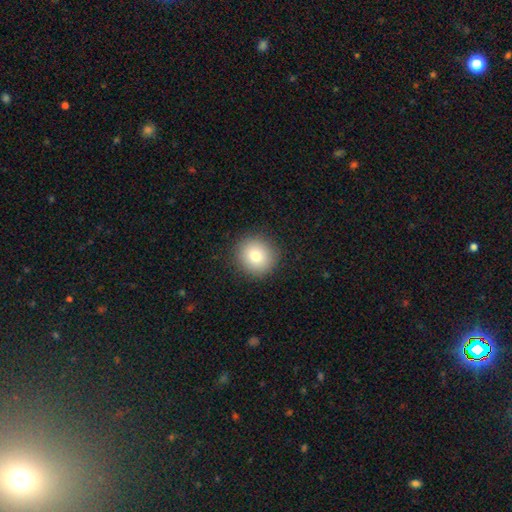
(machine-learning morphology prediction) Smooth or featured? Predicted: smooth (p=0.79). How rounded? Predicted: round (p=0.92). Merging? Predicted: none (p=0.91).